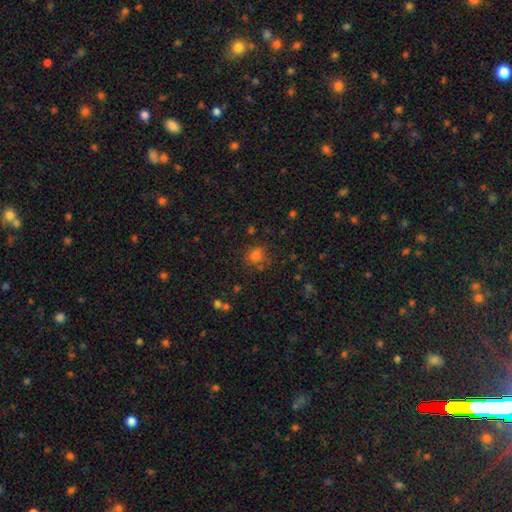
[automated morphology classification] smooth_or_featured: smooth (p=0.73) [alt: star or artifact p=0.18]
how_rounded: round (p=0.77) [alt: in between p=0.22]
merging: none (p=0.70) [alt: minor disturbance p=0.17]